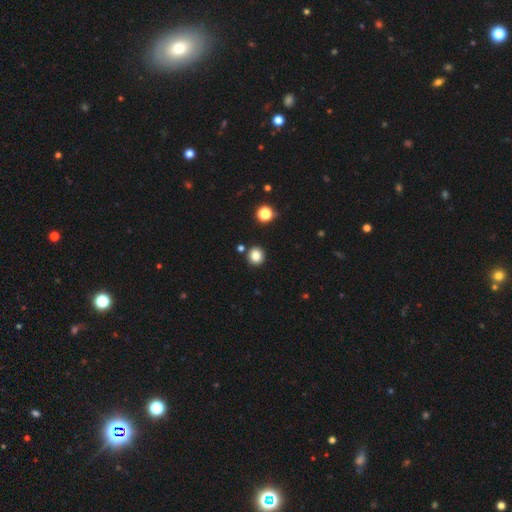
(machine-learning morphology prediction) smooth_or_featured: smooth (p=0.84) [alt: star or artifact p=0.11]
how_rounded: round (p=0.90) [alt: in between p=0.09]
merging: none (p=0.88) [alt: minor disturbance p=0.06]